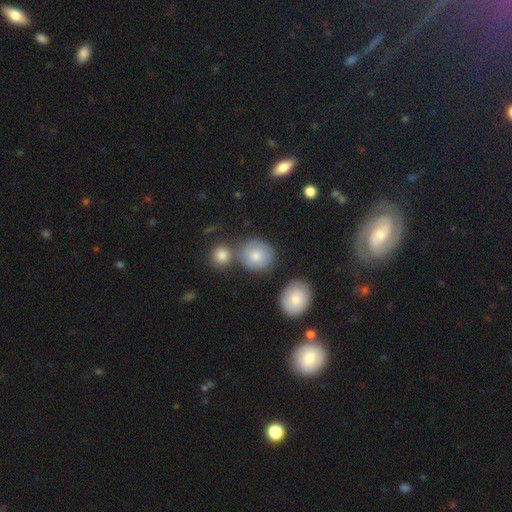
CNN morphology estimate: Smooth or featured? Predicted: smooth (p=0.68). How rounded? Predicted: round (p=0.79). Merging? Predicted: none (p=0.67).